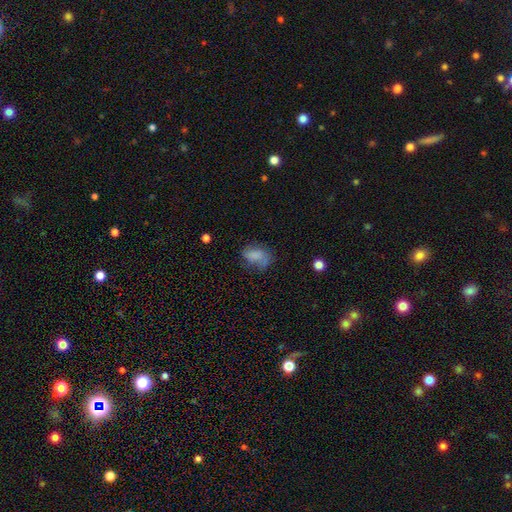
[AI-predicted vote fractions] Smooth or featured? Predicted: smooth (p=0.69). How rounded? Predicted: in between (p=0.82). Merging? Predicted: none (p=0.43).